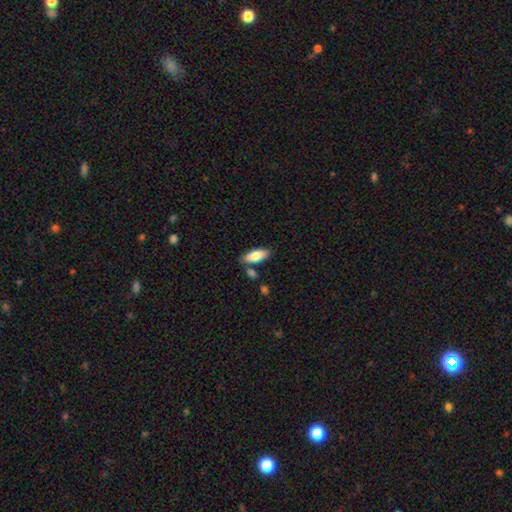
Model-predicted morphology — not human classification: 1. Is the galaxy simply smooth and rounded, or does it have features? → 80% smooth, 14% featured or disk, 6% star or artifact.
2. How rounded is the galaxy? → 78% in between, 20% cigar-shaped, 2% round.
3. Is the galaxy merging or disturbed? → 76% none, 12% minor disturbance, 9% merger, 3% major disturbance.